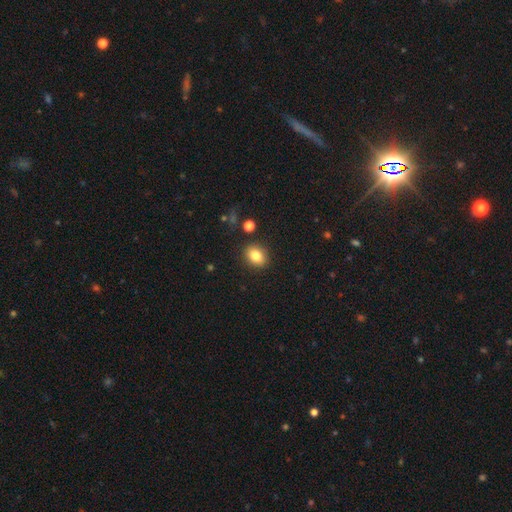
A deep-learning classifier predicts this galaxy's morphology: smooth 83%, star or artifact 10%, featured or disk 7%. Down the decision tree: how rounded — in between (58%); merging — none (86%).